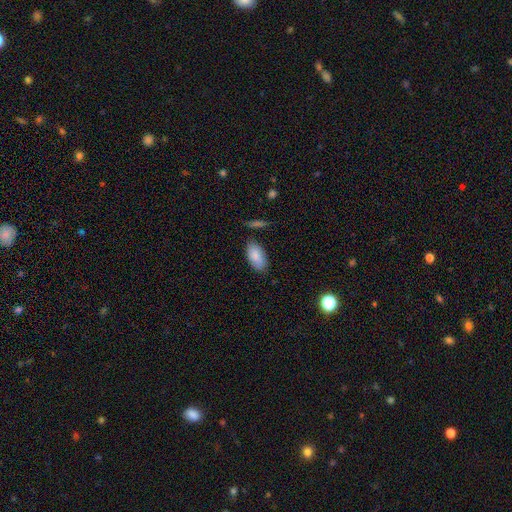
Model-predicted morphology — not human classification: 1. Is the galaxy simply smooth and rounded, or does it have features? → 86% smooth, 8% featured or disk, 6% star or artifact.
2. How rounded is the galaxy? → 94% in between, 3% cigar-shaped, 3% round.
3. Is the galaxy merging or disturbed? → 79% none, 15% minor disturbance, 3% merger, 3% major disturbance.